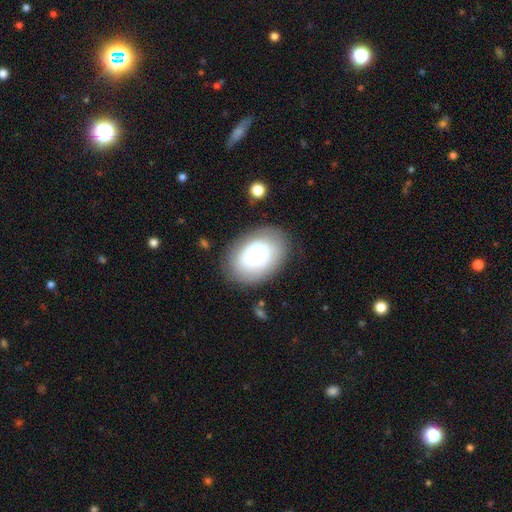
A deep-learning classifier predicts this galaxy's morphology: The model was most divided on "smooth or featured": smooth: 61%, featured or disk: 32%, star or artifact: 8%. More confident: how rounded — in between (78%); merging — none (77%).